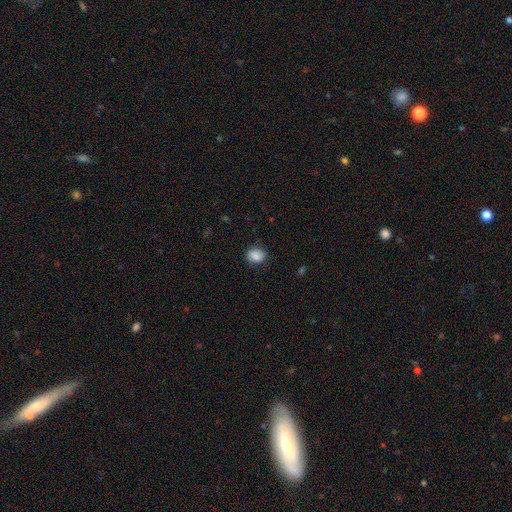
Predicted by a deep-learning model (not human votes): A smooth galaxy with no disk features (87%) that is in between round and cigar-shaped (55%). Merging: none (81%).